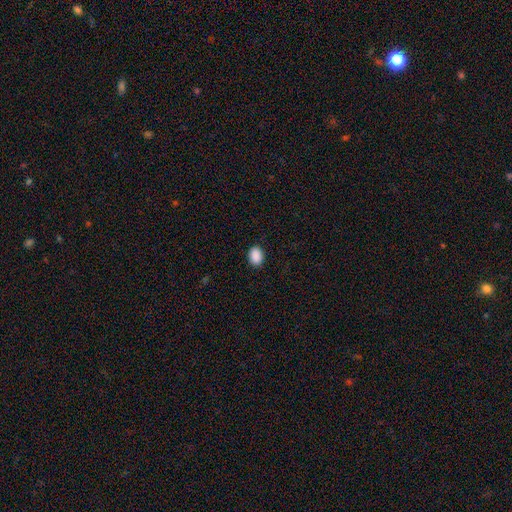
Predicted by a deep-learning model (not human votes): smooth-or-featured: smooth: 90% | star or artifact: 8% | featured or disk: 2%
  how-rounded: in between: 75% | round: 24% | cigar-shaped: 1%
  merging: none: 89% | minor disturbance: 8% | major disturbance: 2% | merger: 1%